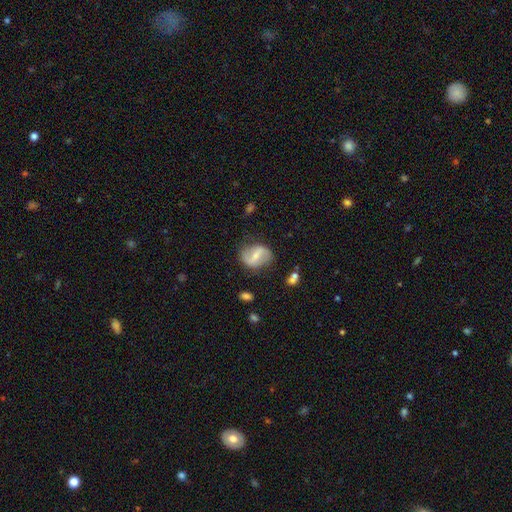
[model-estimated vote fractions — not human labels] Smooth or featured: featured or disk — 69% (smooth — 25%)
Edge-on disk: no — 96% (yes — 4%)
Bar: strong — 51% (weak — 36%)
Spiral arms: yes — 77% (no — 23%)
Spiral winding: loose — 59% (medium — 29%)
Spiral arm count: 2 — 88% (can't tell — 7%)
Bulge size: small — 54% (moderate — 35%)
Merging: none — 77% (minor disturbance — 16%)